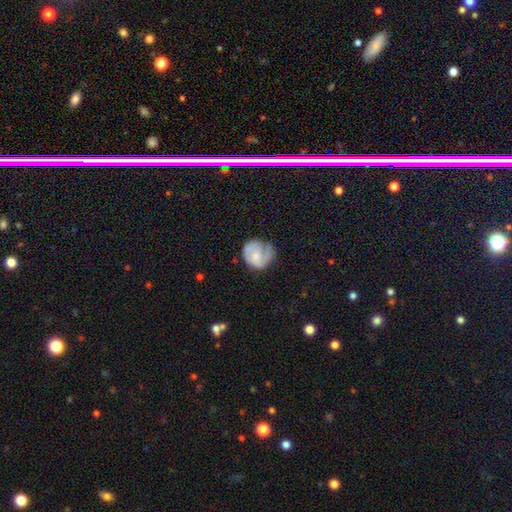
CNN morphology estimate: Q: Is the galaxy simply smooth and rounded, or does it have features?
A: featured or disk — 57%.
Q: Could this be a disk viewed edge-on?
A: no — 98%.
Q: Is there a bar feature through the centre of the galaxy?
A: no — 70%.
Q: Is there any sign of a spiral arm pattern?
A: yes — 80%.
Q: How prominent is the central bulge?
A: moderate — 44%.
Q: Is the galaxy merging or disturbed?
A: none — 51%.